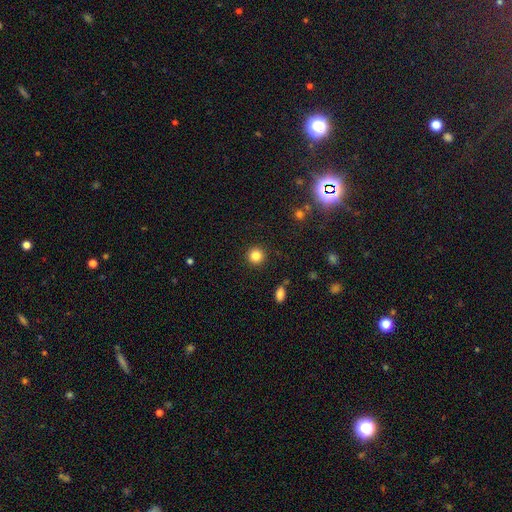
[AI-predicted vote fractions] This is clearly a smooth galaxy (84%). How rounded: clearly round (94%). Merging: clearly none (91%).